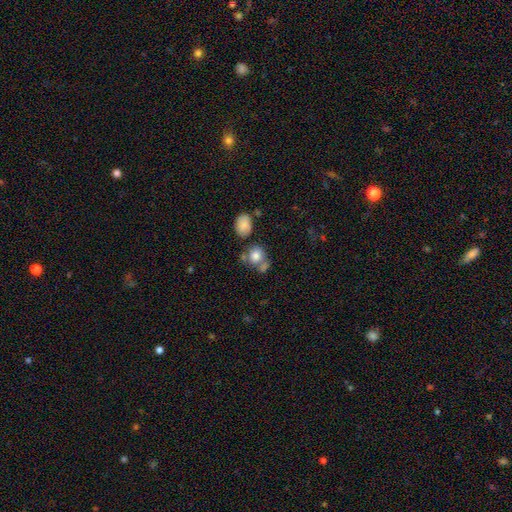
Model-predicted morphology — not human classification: smooth 79%, featured or disk 12%, star or artifact 10%. Down the decision tree: how rounded — round (71%); merging — none (48%).